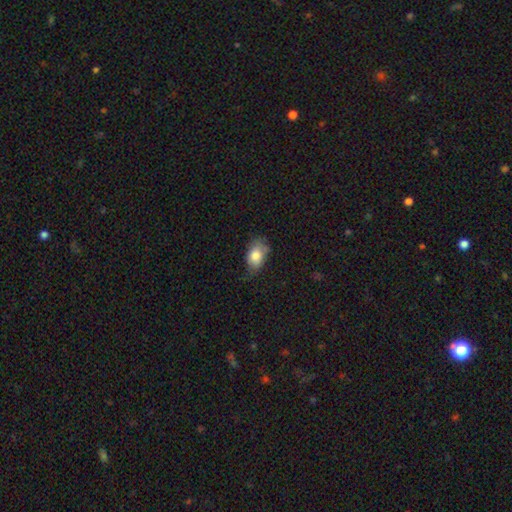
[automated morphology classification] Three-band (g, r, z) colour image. It shows a smooth galaxy with no disk features (81%) that is in between round and cigar-shaped (87%). Merging: none (53%).